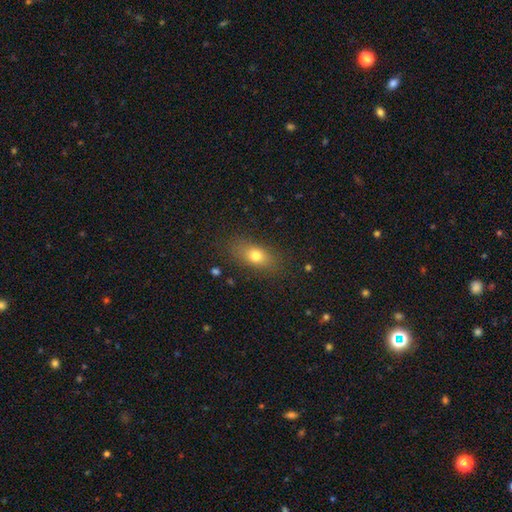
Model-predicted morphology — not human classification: Smooth or featured?
  - smooth: 74% *
  - featured or disk: 15%
  - star or artifact: 11%
How rounded?
  - in between: 75% *
  - round: 15%
  - cigar-shaped: 10%
Merging?
  - none: 82% *
  - minor disturbance: 12%
  - major disturbance: 5%
  - merger: 1%